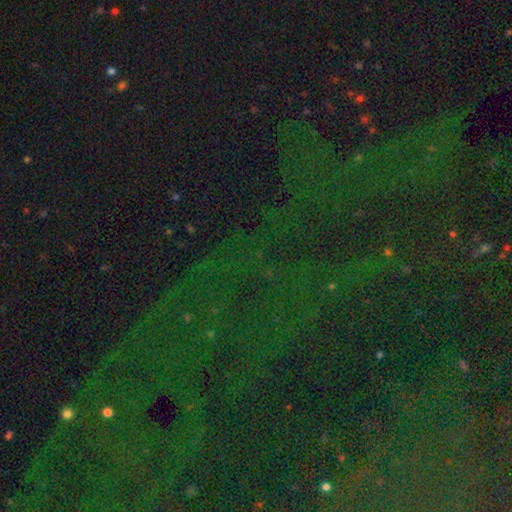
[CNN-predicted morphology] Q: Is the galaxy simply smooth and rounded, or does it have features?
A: star or artifact — 82%.